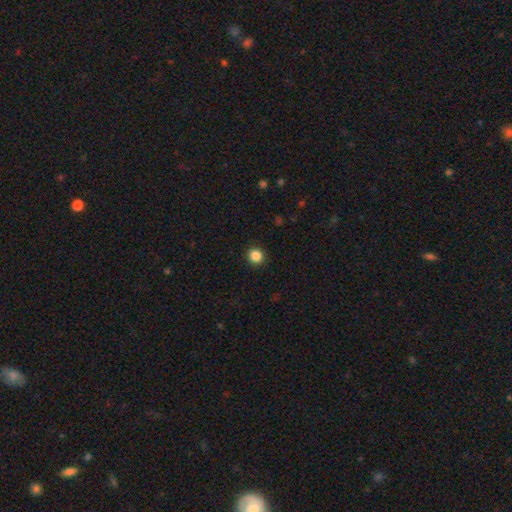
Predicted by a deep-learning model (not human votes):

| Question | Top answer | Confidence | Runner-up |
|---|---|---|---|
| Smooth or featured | smooth | 87% | star or artifact (10%) |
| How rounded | round | 89% | in between (10%) |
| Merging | none | 92% | minor disturbance (5%) |